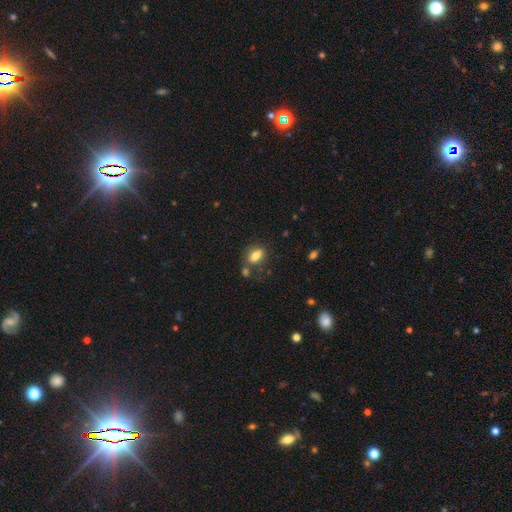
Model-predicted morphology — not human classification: Smooth or featured?
  - smooth: 76% *
  - featured or disk: 14%
  - star or artifact: 10%
How rounded?
  - in between: 80% *
  - round: 14%
  - cigar-shaped: 6%
Merging?
  - none: 62% *
  - merger: 17%
  - minor disturbance: 16%
  - major disturbance: 6%